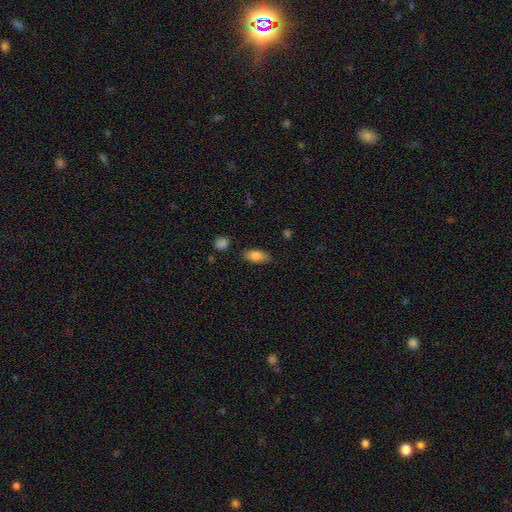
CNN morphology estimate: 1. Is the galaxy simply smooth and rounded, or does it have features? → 83% smooth, 10% featured or disk, 7% star or artifact.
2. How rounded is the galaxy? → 86% in between, 10% cigar-shaped, 4% round.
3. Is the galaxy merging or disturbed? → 79% none, 15% minor disturbance, 3% major disturbance, 2% merger.